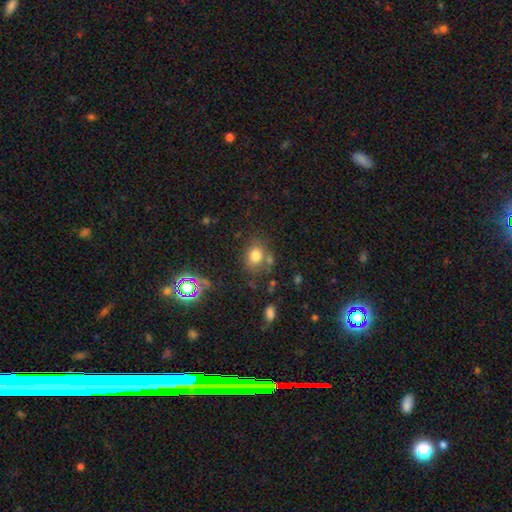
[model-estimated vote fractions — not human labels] Smooth or featured? Predicted: smooth (p=0.76). How rounded? Predicted: round (p=0.51). Merging? Predicted: none (p=0.64).